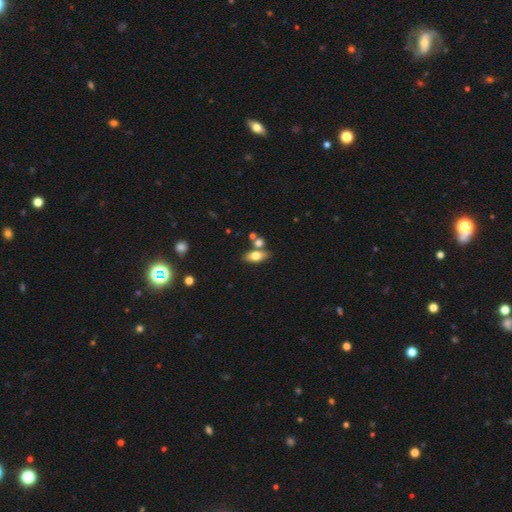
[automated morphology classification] Overall: smooth (69%). How rounded: in between (82%). Merging: none (65%).